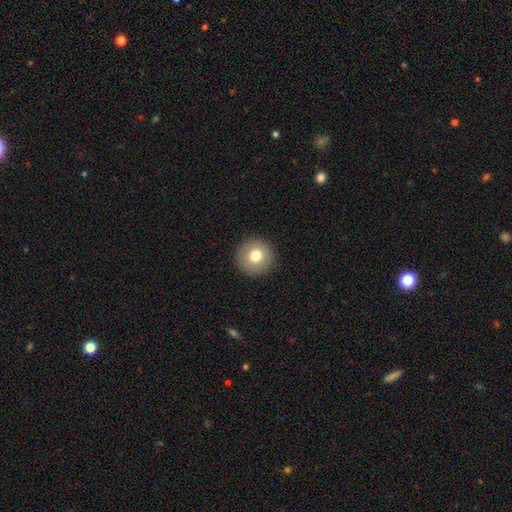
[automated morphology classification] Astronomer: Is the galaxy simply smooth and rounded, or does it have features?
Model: smooth — 76%.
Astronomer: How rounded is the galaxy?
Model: round — 96%.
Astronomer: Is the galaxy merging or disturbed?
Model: none — 92%.